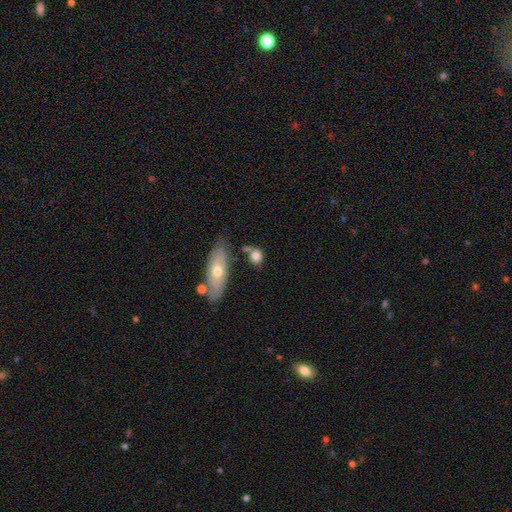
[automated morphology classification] This appears to be a smooth galaxy with no disk features (77%) that is round (56%). Merging: none (56%).